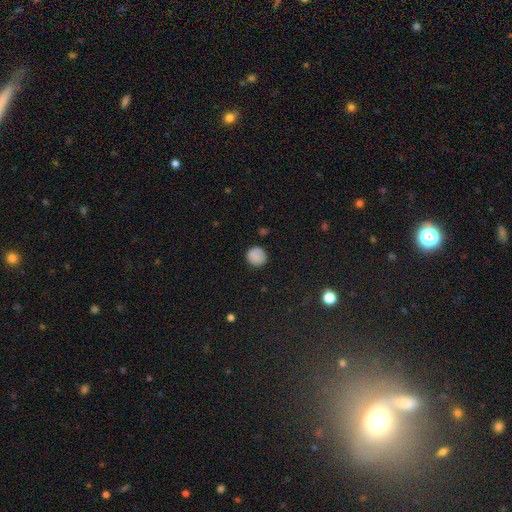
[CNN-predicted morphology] Smooth or featured? Predicted: smooth (p=0.85). How rounded? Predicted: round (p=0.91). Merging? Predicted: none (p=0.85).